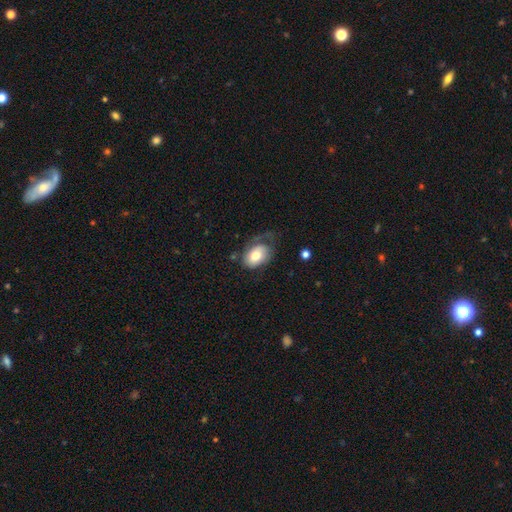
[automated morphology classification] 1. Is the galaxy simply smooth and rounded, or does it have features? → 60% smooth, 33% featured or disk, 7% star or artifact.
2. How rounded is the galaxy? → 82% in between, 16% round, 1% cigar-shaped.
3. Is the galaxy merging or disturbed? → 40% none, 29% major disturbance, 28% minor disturbance, 3% merger.